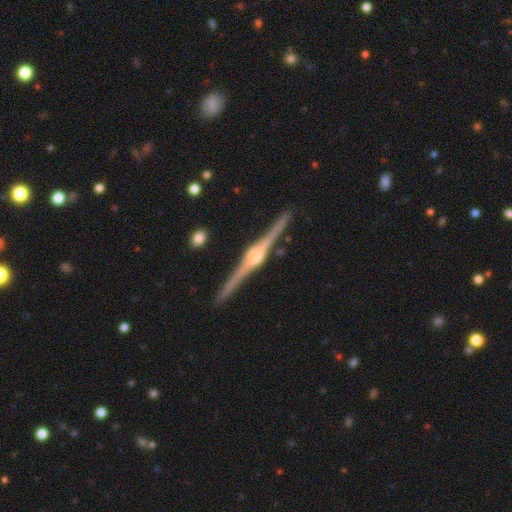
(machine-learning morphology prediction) A featured or disk galaxy (91%) viewed edge-on (99%) with a rounded central bulge (86%). Merging: none (93%).